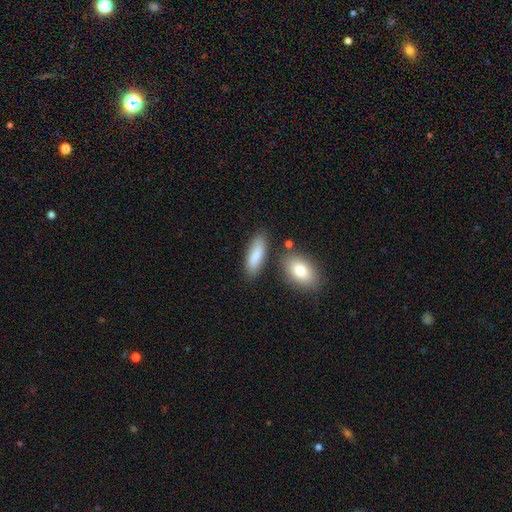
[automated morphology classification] smooth-or-featured: smooth: 83% | featured or disk: 11% | star or artifact: 6%
  how-rounded: in between: 59% | cigar-shaped: 39% | round: 2%
  merging: none: 76% | minor disturbance: 14% | merger: 7% | major disturbance: 3%